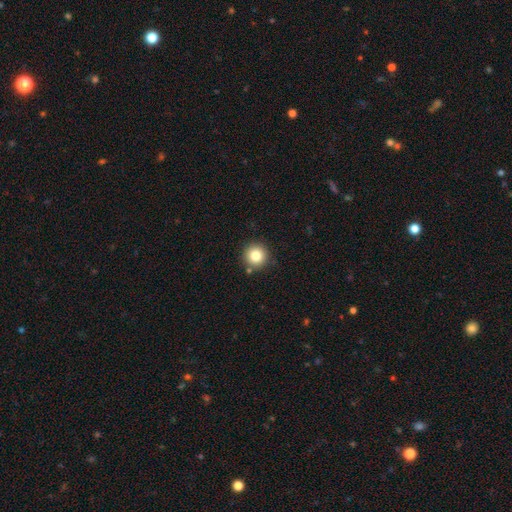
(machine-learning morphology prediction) type=smooth (82%); roundness=round (95%); merging=none (87%).